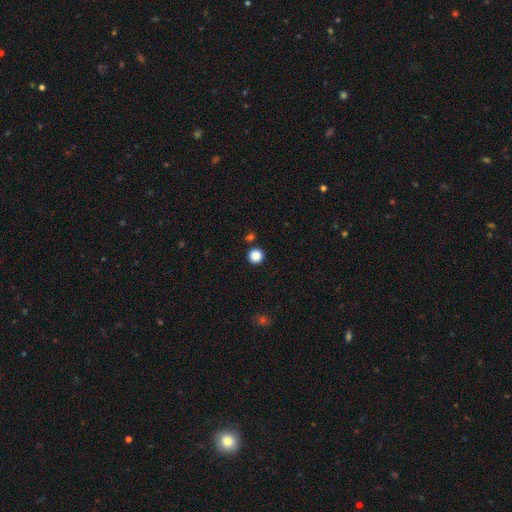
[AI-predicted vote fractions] The model was most divided on "smooth or featured": smooth: 86%, star or artifact: 11%, featured or disk: 3%. More confident: how rounded — round (96%); merging — none (89%).